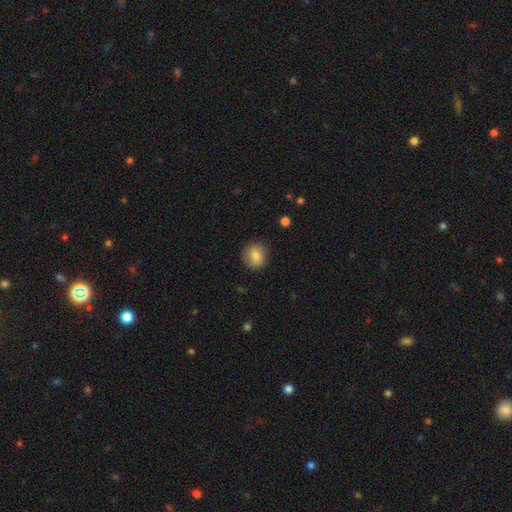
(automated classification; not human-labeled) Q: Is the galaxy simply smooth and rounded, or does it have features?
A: smooth — 83%.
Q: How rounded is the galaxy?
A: round — 82%.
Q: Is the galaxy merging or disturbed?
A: none — 87%.